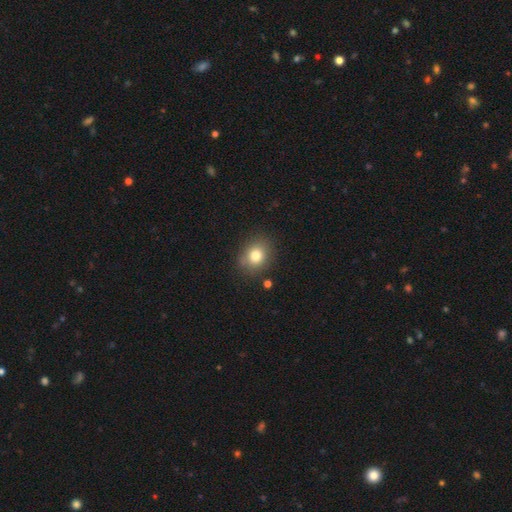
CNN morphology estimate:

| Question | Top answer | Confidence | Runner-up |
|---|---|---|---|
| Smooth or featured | smooth | 79% | star or artifact (12%) |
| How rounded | round | 61% | in between (38%) |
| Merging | none | 82% | minor disturbance (12%) |